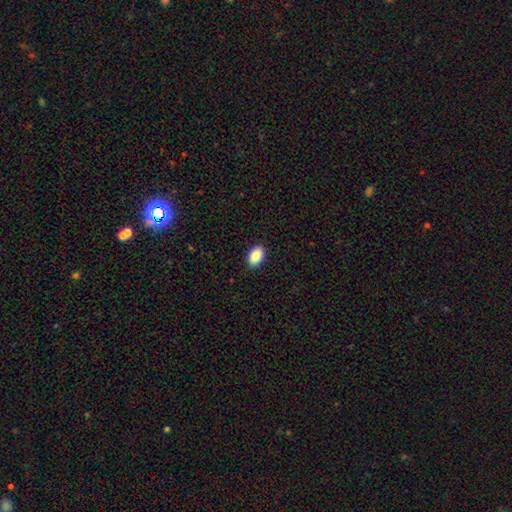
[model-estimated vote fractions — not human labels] smooth 87%, star or artifact 8%, featured or disk 6%. Down the decision tree: how rounded — in between (89%); merging — none (89%).